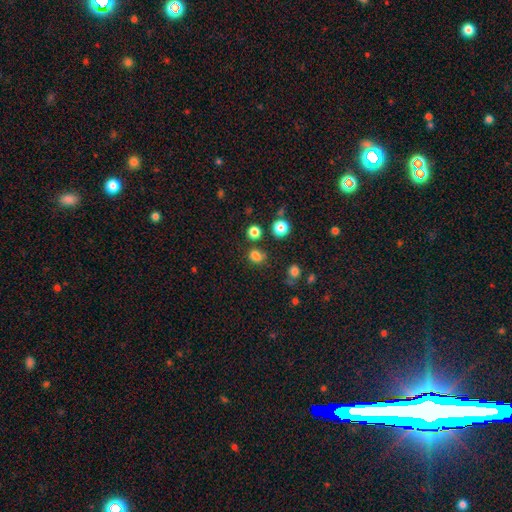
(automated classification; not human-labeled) A smooth galaxy with no disk features (77%) that is round (69%).

Vote fractions:
- Smooth or featured? smooth: 77% / star or artifact: 18% / featured or disk: 5%
- How rounded? round: 69% / in between: 30% / cigar-shaped: 1%
- Merging? none: 69% / minor disturbance: 14% / merger: 11% / major disturbance: 5%